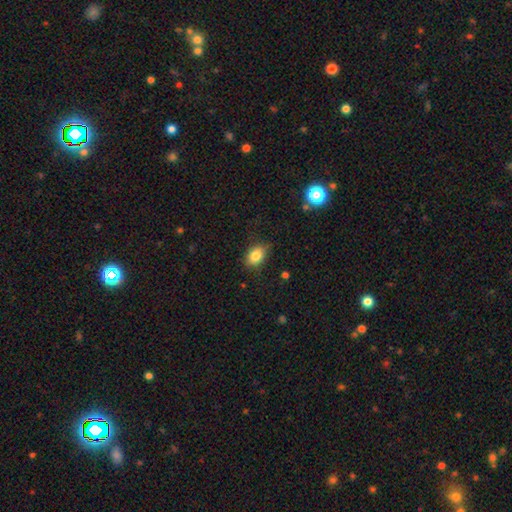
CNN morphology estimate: Q: Smooth or featured?
A: smooth (81%); runner-up: featured or disk (10%)
Q: How rounded?
A: in between (78%); runner-up: round (20%)
Q: Merging?
A: none (75%); runner-up: minor disturbance (19%)